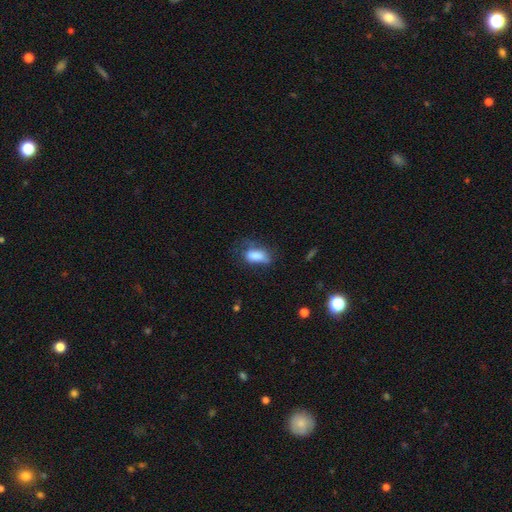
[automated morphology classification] This is likely a smooth galaxy (76%). How rounded: clearly in between (85%). Merging: marginally none (38%).